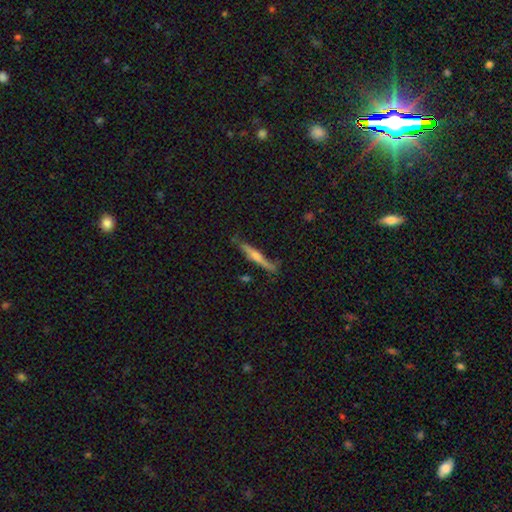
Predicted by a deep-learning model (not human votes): This is possibly a featured or disk galaxy (59%). It is clearly viewed edge-on (95%). Edge-on bulge: likely rounded (64%). Merging: likely none (76%).